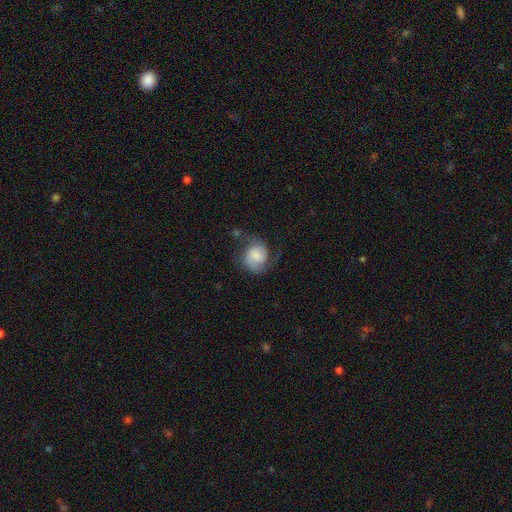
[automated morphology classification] Smooth or featured? featured or disk (61%)
Edge-on disk? no (98%)
Bar? no (52%)
Spiral arms? yes (92%)
Spiral winding? medium (45%)
Spiral arm count? 2 (79%)
Bulge size? moderate (24%, tied with large)
Merging? none (53%)